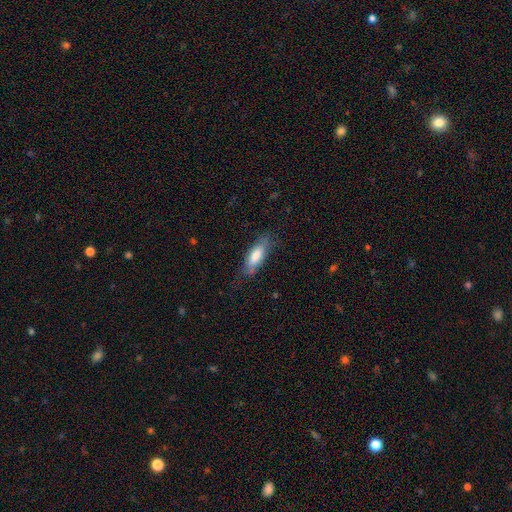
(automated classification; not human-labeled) Smooth or featured? smooth (74%)
How rounded? in between (59%)
Merging? none (72%)